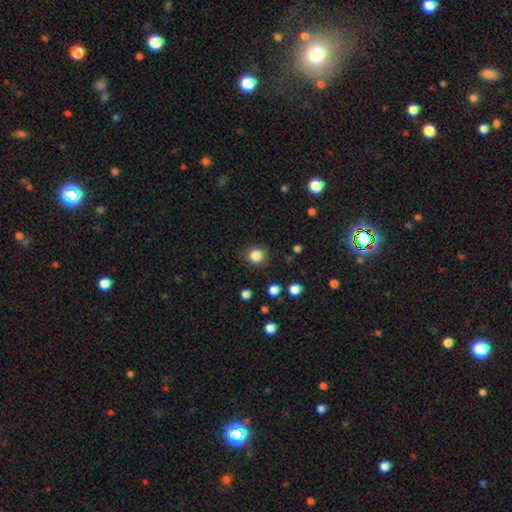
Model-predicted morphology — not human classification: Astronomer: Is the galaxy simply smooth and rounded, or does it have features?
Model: smooth — 85%.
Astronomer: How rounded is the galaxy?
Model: round — 91%.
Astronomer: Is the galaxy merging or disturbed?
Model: none — 86%.